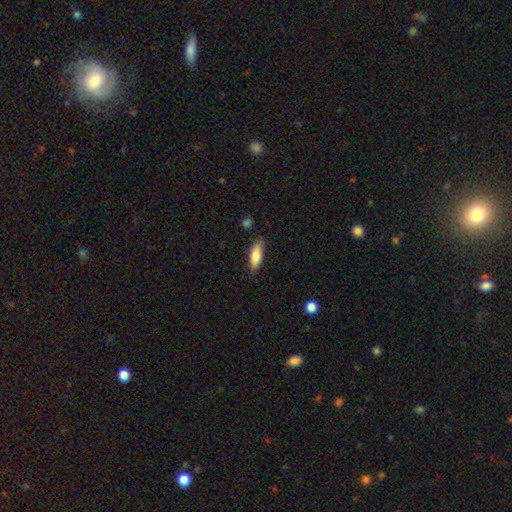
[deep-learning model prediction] Smooth or featured? Predicted: smooth (p=0.79). How rounded? Predicted: in between (p=0.68). Merging? Predicted: none (p=0.78).